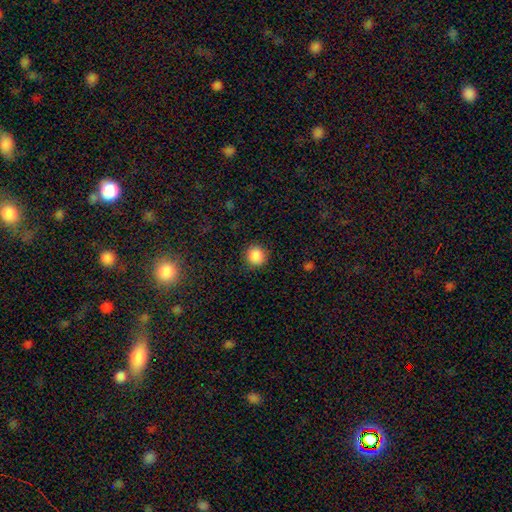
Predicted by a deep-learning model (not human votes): A smooth galaxy with no disk features (87%) that is round (93%).

Vote fractions:
- Smooth or featured? smooth: 87% / star or artifact: 10% / featured or disk: 3%
- How rounded? round: 93% / in between: 6% / cigar-shaped: 1%
- Merging? none: 89% / minor disturbance: 7% / major disturbance: 3% / merger: 1%